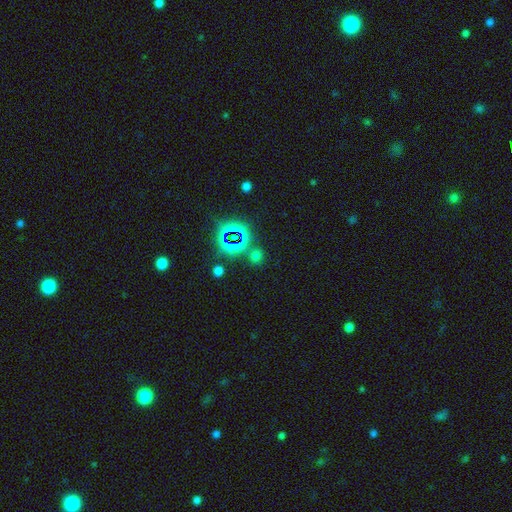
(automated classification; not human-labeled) The model was most divided on "smooth or featured": smooth: 48%, star or artifact: 45%, featured or disk: 7%. More confident: merging — none (74%).